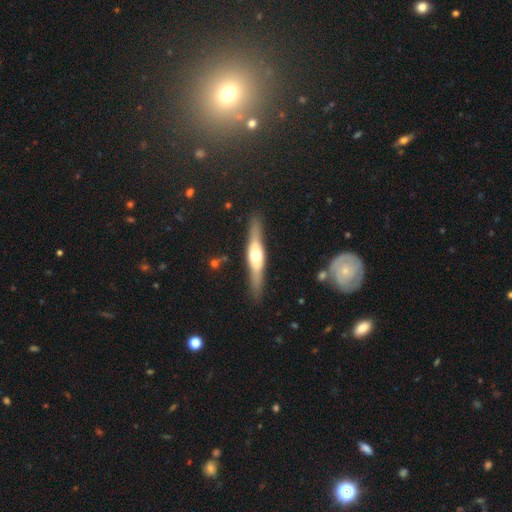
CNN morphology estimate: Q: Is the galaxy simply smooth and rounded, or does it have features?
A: featured or disk — 65%.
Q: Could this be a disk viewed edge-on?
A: yes — 94%.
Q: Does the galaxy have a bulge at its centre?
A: rounded — 91%.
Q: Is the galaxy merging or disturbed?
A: none — 86%.